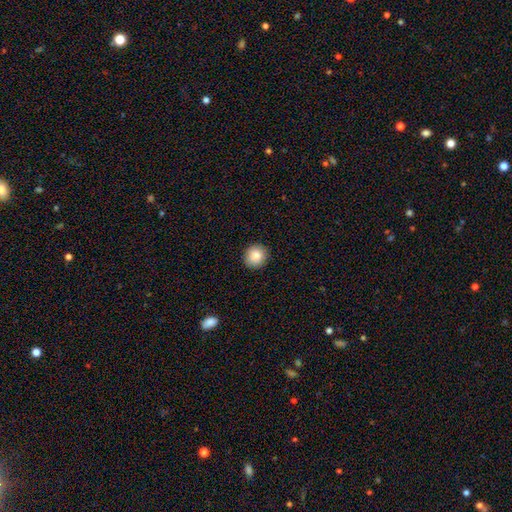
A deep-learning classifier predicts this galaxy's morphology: Overall: smooth (85%). How rounded: round (91%). Merging: none (91%).